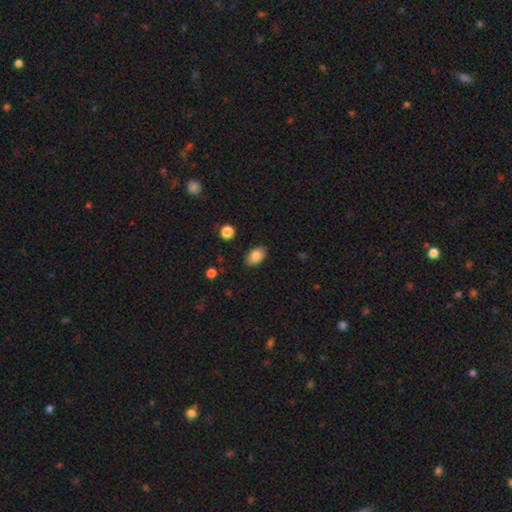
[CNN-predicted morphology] A smooth galaxy with no disk features (85%) that is in between round and cigar-shaped (89%). Merging: none (86%).